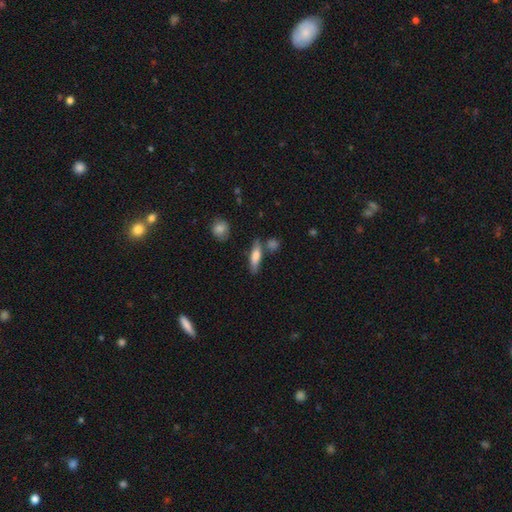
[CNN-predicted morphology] Smooth or featured?
  - smooth: 67% *
  - featured or disk: 27%
  - star or artifact: 7%
How rounded?
  - cigar-shaped: 64% *
  - in between: 33%
  - round: 3%
Merging?
  - none: 73% *
  - minor disturbance: 15%
  - merger: 9%
  - major disturbance: 4%